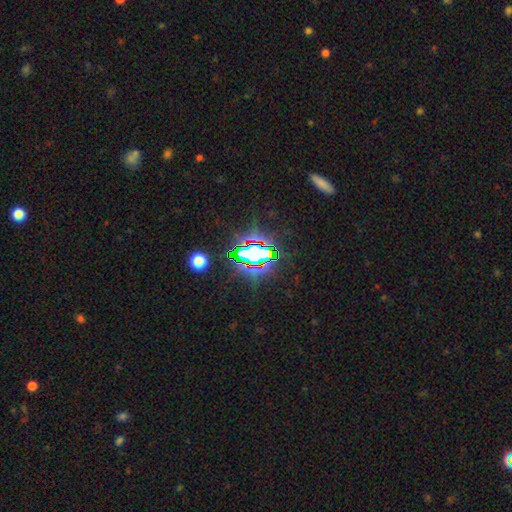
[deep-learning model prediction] Smooth or featured? star or artifact (79%)